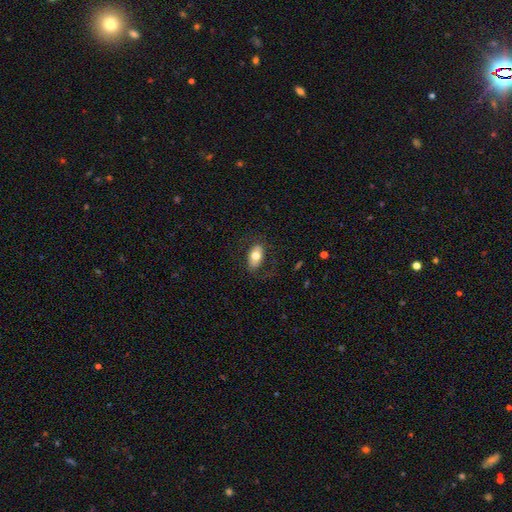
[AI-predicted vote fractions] smooth_or_featured: smooth (p=0.66) [alt: featured or disk p=0.27]
how_rounded: in between (p=0.91) [alt: round p=0.07]
merging: none (p=0.78) [alt: minor disturbance p=0.13]